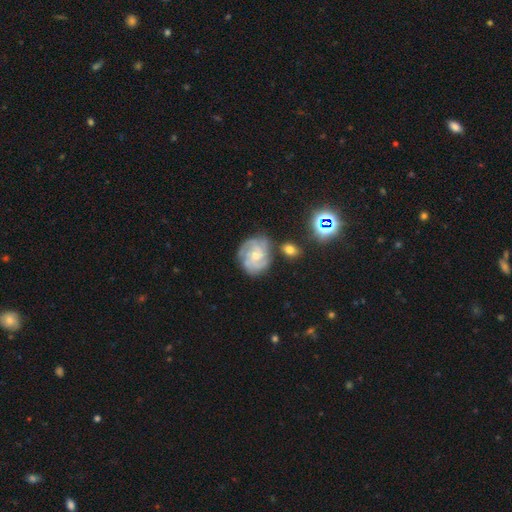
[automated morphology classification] The model was most divided on "spiral arm count": 3: 31%, can't tell: 27%, 4: 17%, 2: 14%, more than 4: 5%, 1: 5%. More confident: edge-on disk — no (98%); spiral arms — yes (94%); smooth or featured — featured or disk (79%); merging — none (69%); bar — no (67%); spiral winding — tight (60%); bulge size — small (56%).